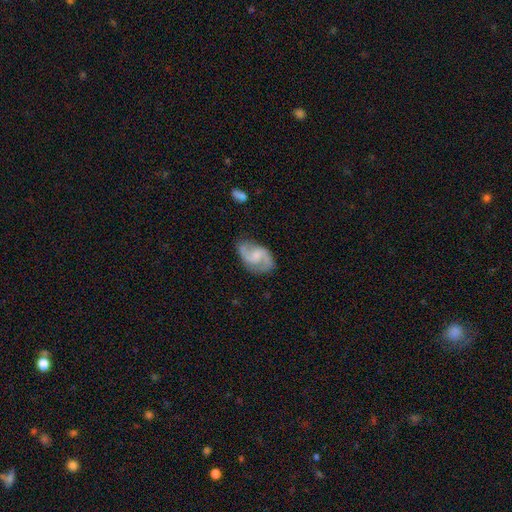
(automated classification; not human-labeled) Overall: featured or disk (83%). Edge-on disk: no (98%). Bar: weak (50%; no 39%). Spiral arms: yes (96%). Spiral arm count: 2 (91%). Spiral winding: medium (53%; loose 31%). Bulge size: none (33%; moderate 30%). Merging: none (74%).